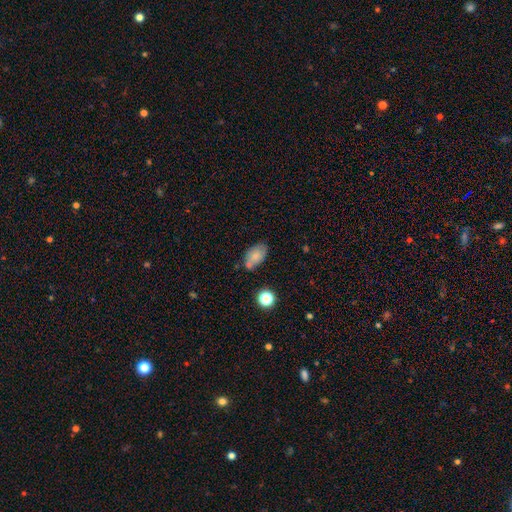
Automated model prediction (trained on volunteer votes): Smooth or featured: smooth — 74% (featured or disk — 17%)
How rounded: in between — 90% (round — 8%)
Merging: none — 57% (minor disturbance — 22%)